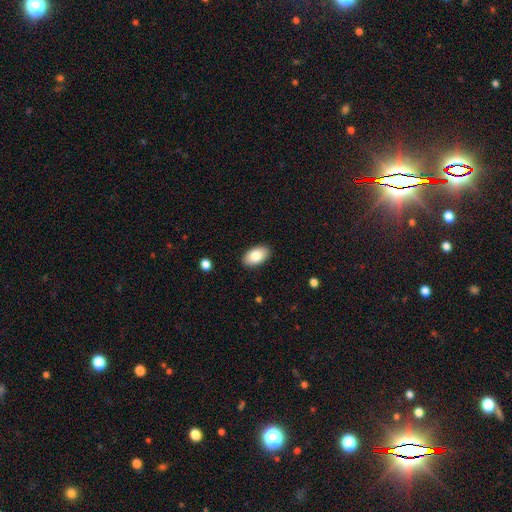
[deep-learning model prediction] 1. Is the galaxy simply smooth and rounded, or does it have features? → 82% smooth, 11% featured or disk, 7% star or artifact.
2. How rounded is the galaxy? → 94% in between, 5% round, 1% cigar-shaped.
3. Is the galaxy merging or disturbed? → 88% none, 9% minor disturbance, 2% major disturbance, 1% merger.